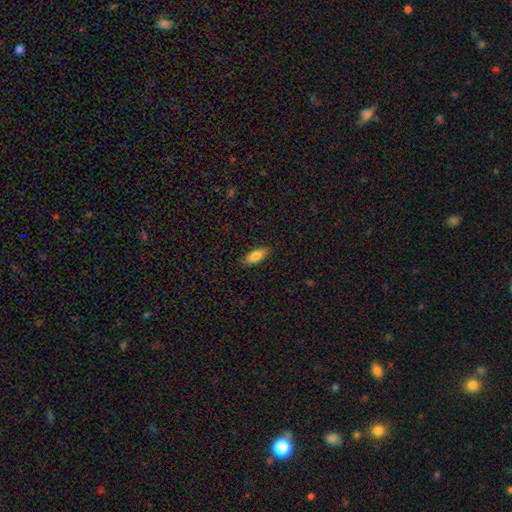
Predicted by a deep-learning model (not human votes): A smooth galaxy with no disk features (86%) that is in between round and cigar-shaped (77%). Merging: none (86%).